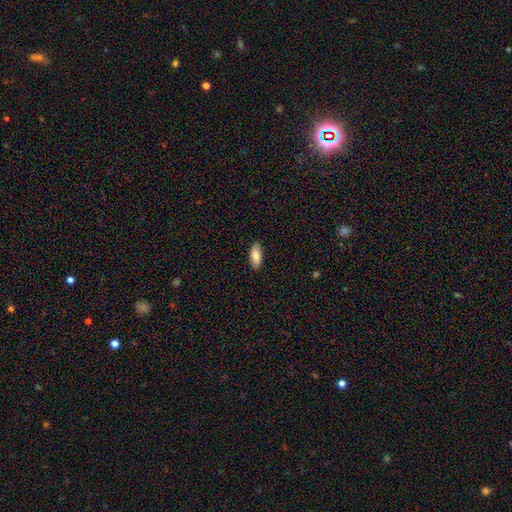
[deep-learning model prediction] This appears to be a smooth galaxy with no disk features (83%) that is in between round and cigar-shaped (82%). Merging: none (88%).